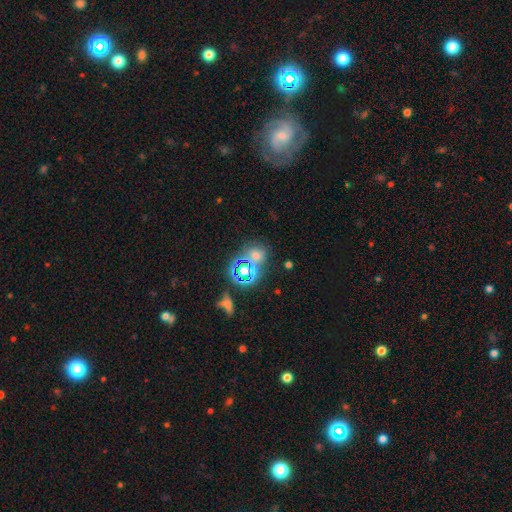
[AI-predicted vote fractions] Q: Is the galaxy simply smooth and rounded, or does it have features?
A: star or artifact — 47%.